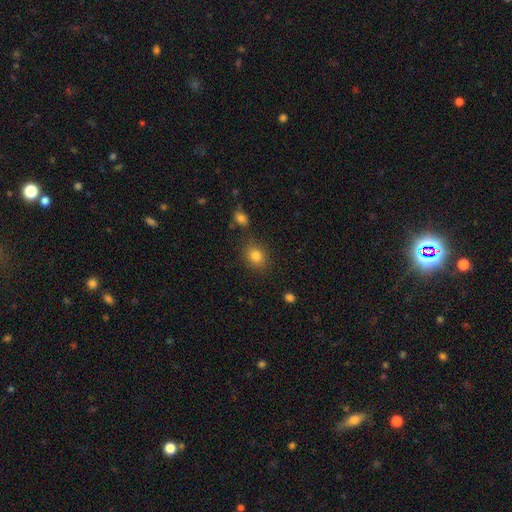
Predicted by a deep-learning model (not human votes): Smooth or featured? smooth (82%)
How rounded? in between (55%)
Merging? none (79%)